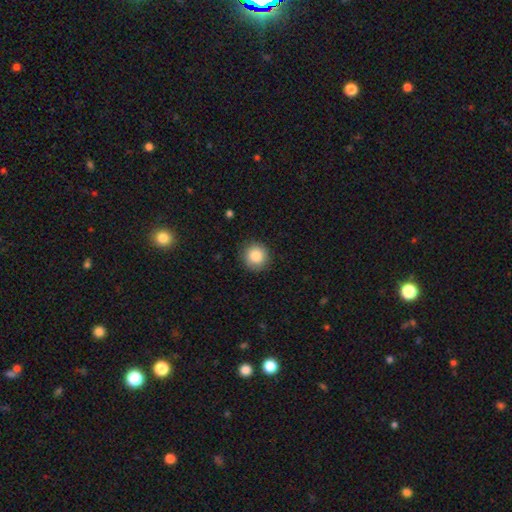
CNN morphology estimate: Smooth or featured? smooth (86%)
How rounded? round (94%)
Merging? none (88%)